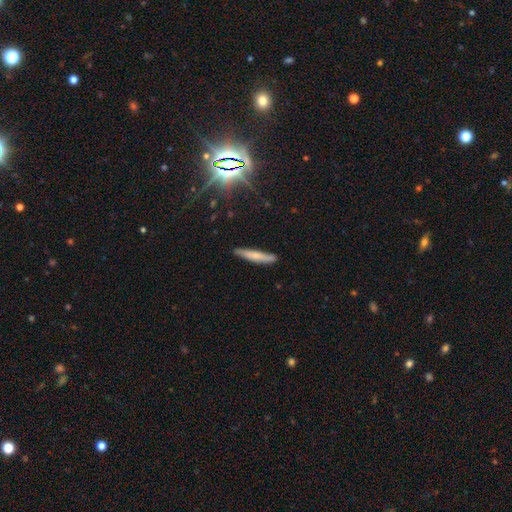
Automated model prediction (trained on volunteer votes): This is likely a smooth galaxy (65%). How rounded: clearly cigar-shaped (92%). Merging: clearly none (84%).